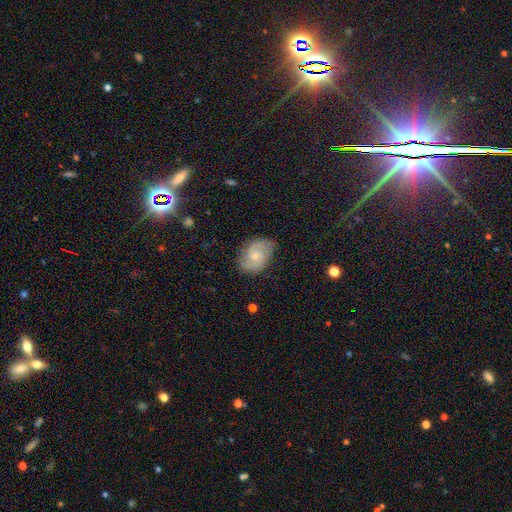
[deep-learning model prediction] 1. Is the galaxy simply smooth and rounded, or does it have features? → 72% featured or disk, 21% smooth, 7% star or artifact.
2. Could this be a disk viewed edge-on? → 97% no, 3% yes.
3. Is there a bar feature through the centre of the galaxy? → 65% no, 31% weak, 3% strong.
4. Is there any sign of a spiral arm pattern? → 94% yes, 6% no.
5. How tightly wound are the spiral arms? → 45% medium, 41% tight, 13% loose.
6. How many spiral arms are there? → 70% 2, 13% can't tell, 9% 3, 3% 1, 2% 4, 2% more than 4.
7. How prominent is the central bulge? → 57% small, 37% moderate, 4% none, 2% large, 1% dominant.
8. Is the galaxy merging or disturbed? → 77% none, 18% minor disturbance, 5% major disturbance, 1% merger.